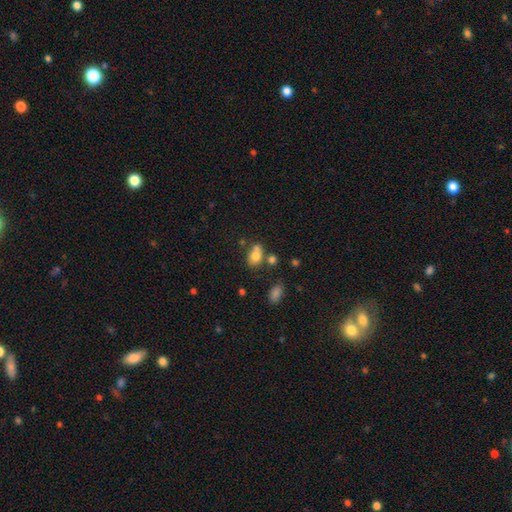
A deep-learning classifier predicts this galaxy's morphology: A smooth galaxy with no disk features (74%) that is in between round and cigar-shaped (68%).

Vote fractions:
- Smooth or featured? smooth: 74% / featured or disk: 16% / star or artifact: 11%
- How rounded? in between: 68% / round: 31% / cigar-shaped: 2%
- Merging? none: 47% / merger: 32% / minor disturbance: 16% / major disturbance: 6%